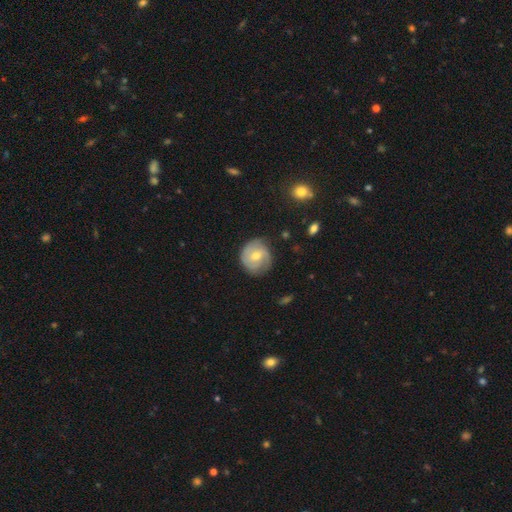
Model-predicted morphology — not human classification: Smooth or featured? Predicted: featured or disk (p=0.61). Edge-on disk? Predicted: no (p=0.97). Bar? Predicted: no (p=0.47). Spiral arms? Predicted: yes (p=0.82). Bulge size? Predicted: moderate (p=0.63). Merging? Predicted: none (p=0.75).